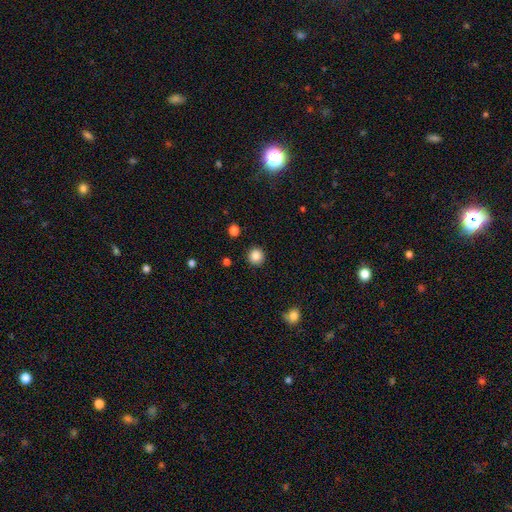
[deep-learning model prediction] This appears to be a smooth galaxy with no disk features (85%) that is round (94%). Merging: none (91%).